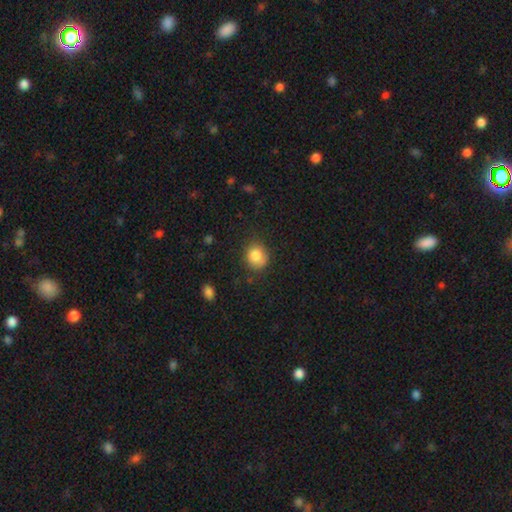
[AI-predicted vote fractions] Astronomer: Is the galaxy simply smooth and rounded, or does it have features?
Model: smooth — 82%.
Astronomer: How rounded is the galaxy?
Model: round — 75%.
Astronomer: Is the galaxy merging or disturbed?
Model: none — 70%.